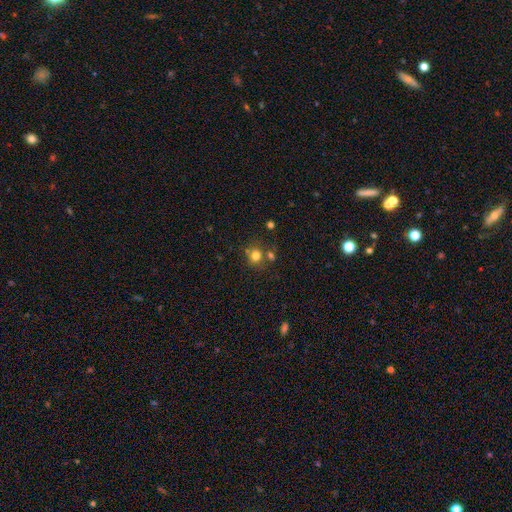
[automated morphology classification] type=smooth (76%); roundness=round (84%); merging=none (66%).